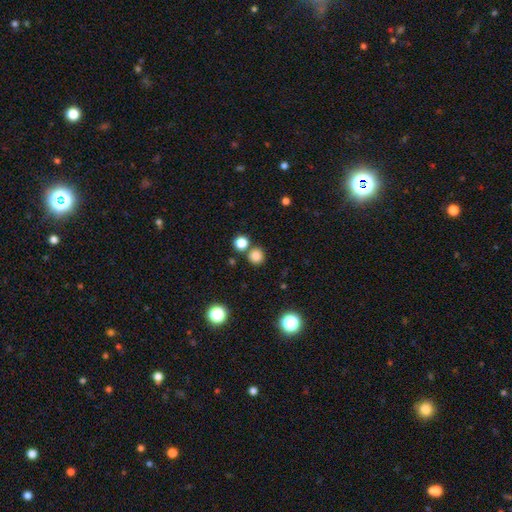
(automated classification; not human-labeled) A smooth galaxy with no disk features (81%) that is round (92%).

Vote fractions:
- Smooth or featured? smooth: 81% / star or artifact: 14% / featured or disk: 5%
- How rounded? round: 92% / in between: 7% / cigar-shaped: 1%
- Merging? none: 78% / merger: 13% / minor disturbance: 7% / major disturbance: 2%